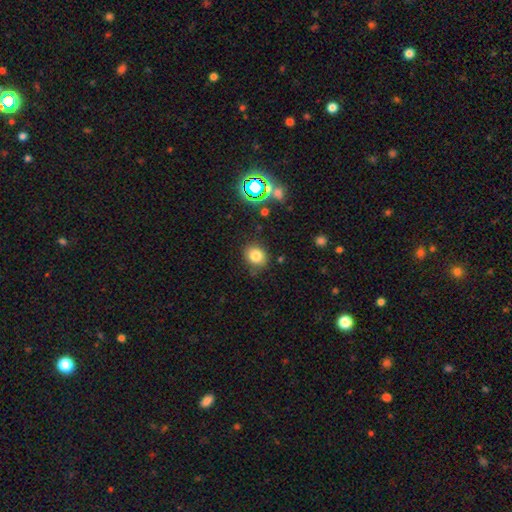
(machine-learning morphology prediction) smooth-or-featured: smooth: 78% | star or artifact: 15% | featured or disk: 7%
  how-rounded: round: 69% | in between: 30% | cigar-shaped: 1%
  merging: none: 82% | minor disturbance: 12% | major disturbance: 3% | merger: 3%